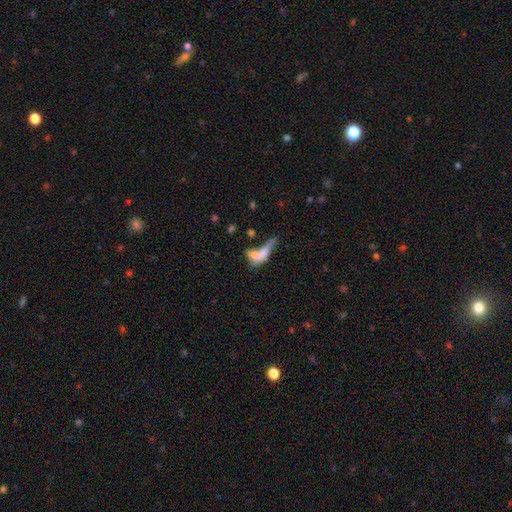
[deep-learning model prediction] Overall: smooth (57%; featured or disk 31%). How rounded: in between (56%; cigar-shaped 37%). Merging: merger (47%; major disturbance 24%).